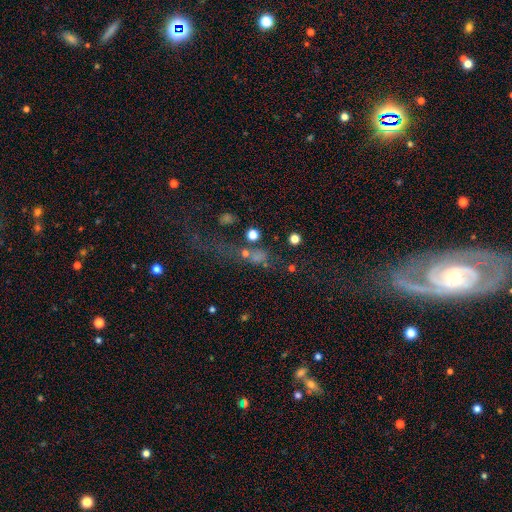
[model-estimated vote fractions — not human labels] Q: Smooth or featured?
A: star or artifact (39%); runner-up: smooth (37%)